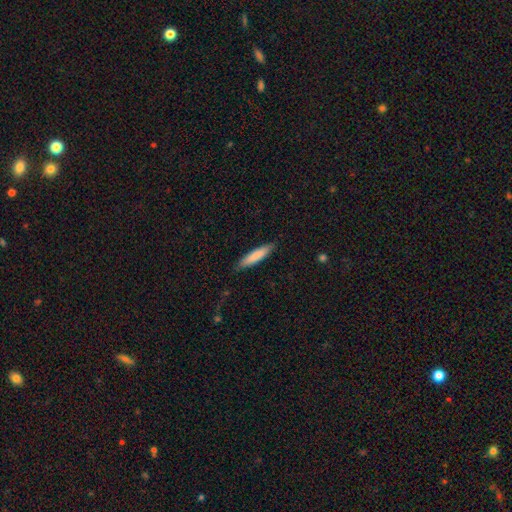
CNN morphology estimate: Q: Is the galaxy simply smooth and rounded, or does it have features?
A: smooth — 82%.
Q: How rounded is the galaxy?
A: cigar-shaped — 84%.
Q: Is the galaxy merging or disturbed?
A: none — 87%.